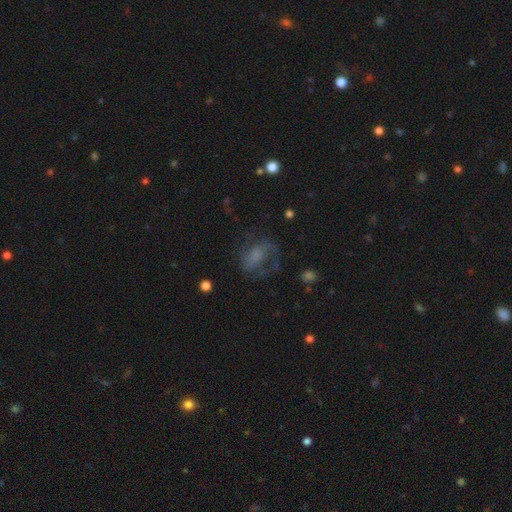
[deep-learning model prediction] This appears to be a featured or disk galaxy (49%). Merging: none (43%).